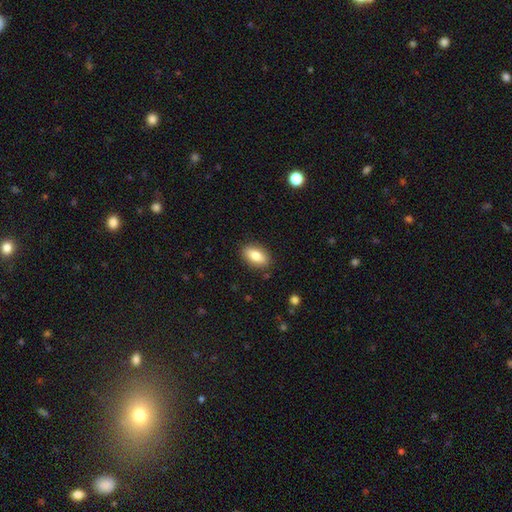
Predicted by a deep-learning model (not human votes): smooth 80%, featured or disk 13%, star or artifact 7%. Down the decision tree: how rounded — in between (88%); merging — none (87%).